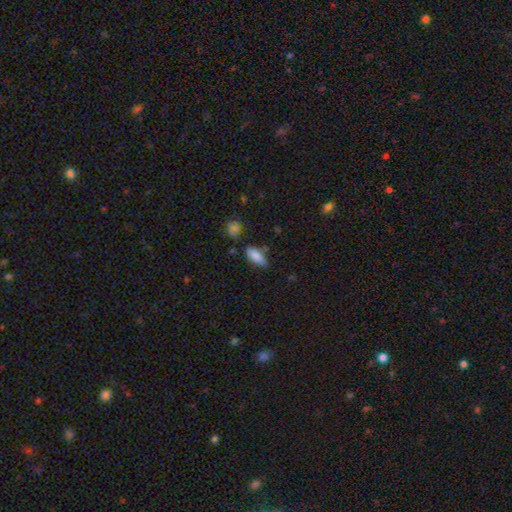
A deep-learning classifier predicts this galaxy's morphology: This appears to be a smooth galaxy with no disk features (84%) that is in between round and cigar-shaped (75%). Merging: none (73%).